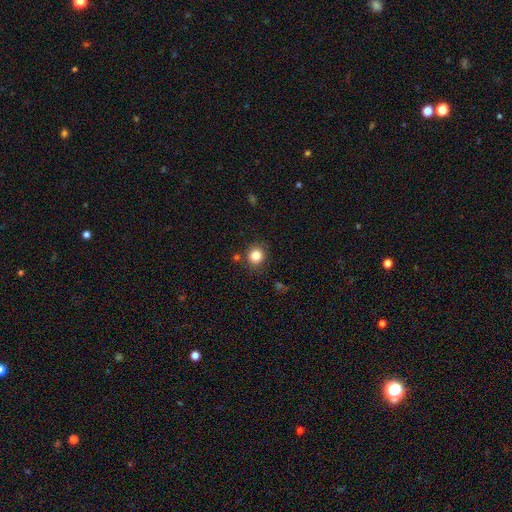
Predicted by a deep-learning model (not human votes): Smooth or featured?
  - smooth: 83% *
  - star or artifact: 12%
  - featured or disk: 6%
How rounded?
  - round: 89% *
  - in between: 10%
  - cigar-shaped: 1%
Merging?
  - none: 85% *
  - minor disturbance: 8%
  - merger: 4%
  - major disturbance: 3%